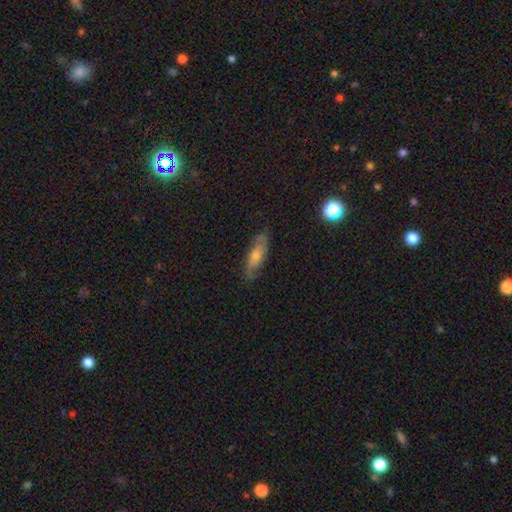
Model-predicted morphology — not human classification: This is possibly a featured or disk galaxy (48%). Merging: likely none (76%).